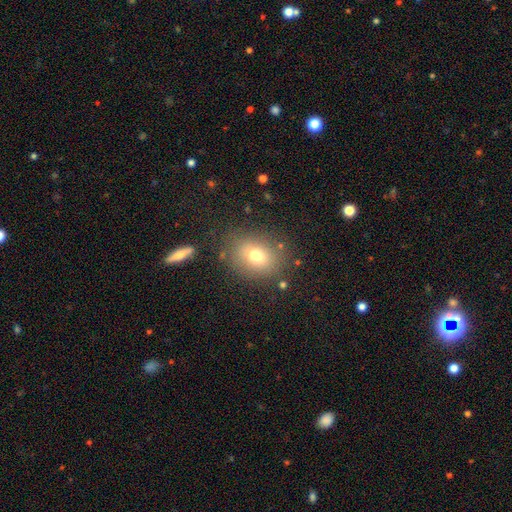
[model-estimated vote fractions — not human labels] Q: Smooth or featured?
A: smooth (73%); runner-up: featured or disk (14%)
Q: How rounded?
A: round (50%); runner-up: in between (49%)
Q: Merging?
A: none (79%); runner-up: minor disturbance (12%)